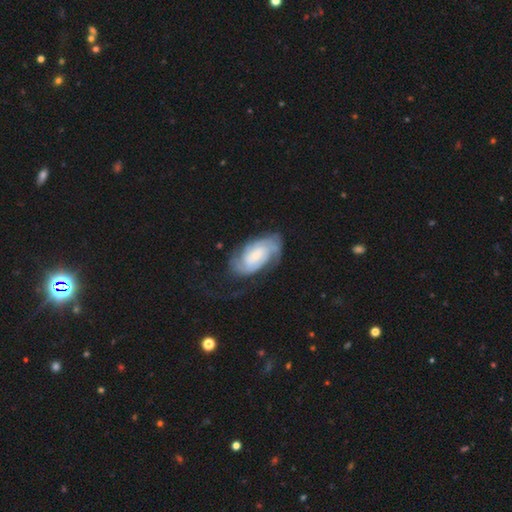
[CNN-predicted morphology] A featured or disk galaxy (74%) with no bar (51%), 2 (48%) tight (58%) spiral arms (93%) and a small central bulge (47%). Merging: none (62%).